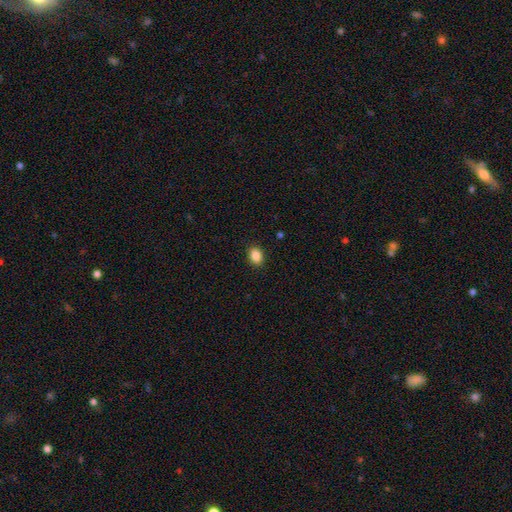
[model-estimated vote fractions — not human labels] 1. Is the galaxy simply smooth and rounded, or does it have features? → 87% smooth, 9% star or artifact, 4% featured or disk.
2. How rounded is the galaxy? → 68% in between, 31% round, 1% cigar-shaped.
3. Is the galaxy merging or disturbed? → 90% none, 7% minor disturbance, 2% major disturbance, 1% merger.